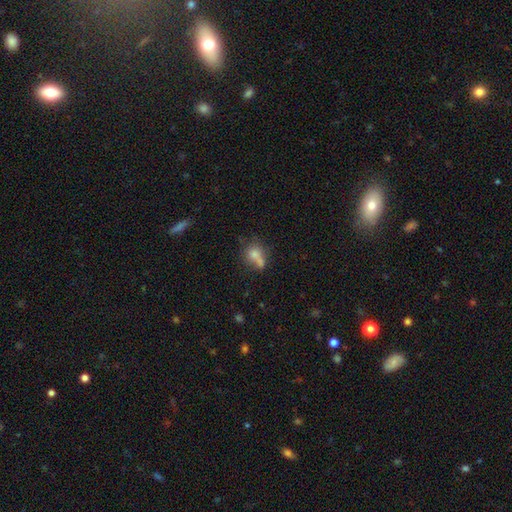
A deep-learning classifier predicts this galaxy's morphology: The model was most divided on "merging": merger: 43%, none: 34%, minor disturbance: 15%, major disturbance: 9%. More confident: smooth or featured — smooth (73%); how rounded — round (59%).